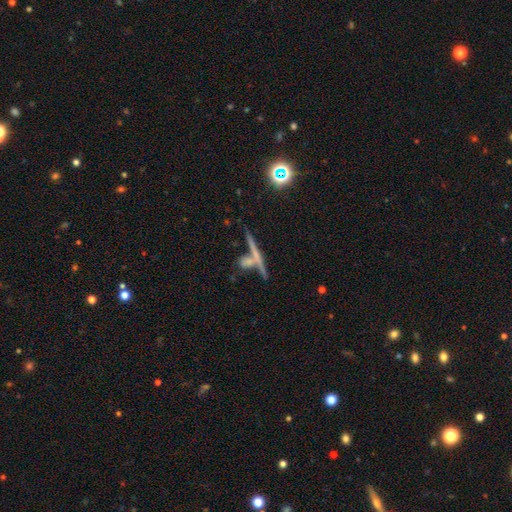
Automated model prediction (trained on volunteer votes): The model was most divided on "smooth or featured": featured or disk: 51%, smooth: 33%, star or artifact: 16%. More confident: edge-on disk — yes (87%); merging — none (54%).